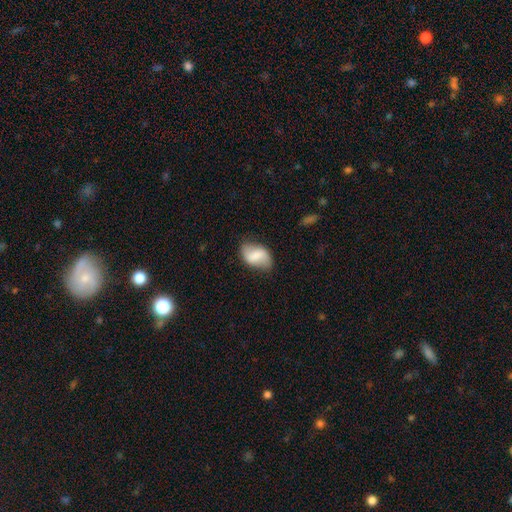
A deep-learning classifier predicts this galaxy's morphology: Smooth or featured? smooth (58%)
How rounded? in between (89%)
Merging? none (66%)